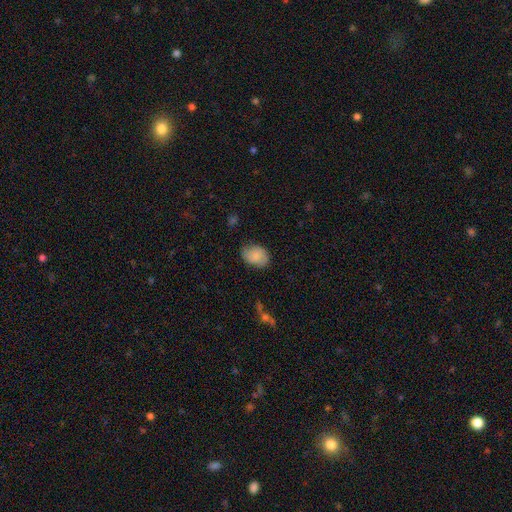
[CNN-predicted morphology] A smooth galaxy with no disk features (80%) that is in between round and cigar-shaped (76%).

Vote fractions:
- Smooth or featured? smooth: 80% / featured or disk: 12% / star or artifact: 8%
- How rounded? in between: 76% / round: 23% / cigar-shaped: 1%
- Merging? none: 75% / minor disturbance: 19% / major disturbance: 4% / merger: 1%